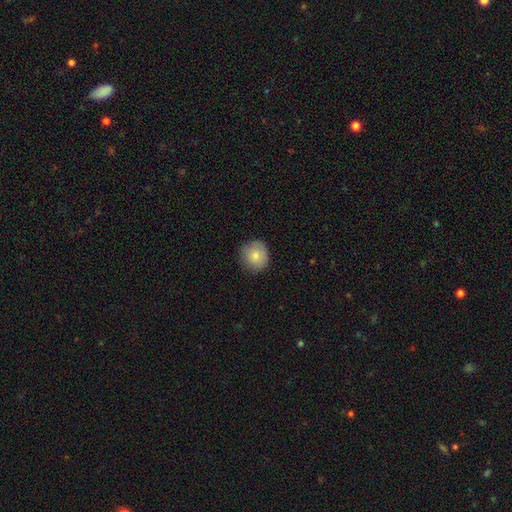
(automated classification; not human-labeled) smooth-or-featured: smooth: 82% | featured or disk: 10% | star or artifact: 8%
  how-rounded: round: 87% | in between: 12% | cigar-shaped: 1%
  merging: none: 83% | minor disturbance: 14% | major disturbance: 3% | merger: 1%